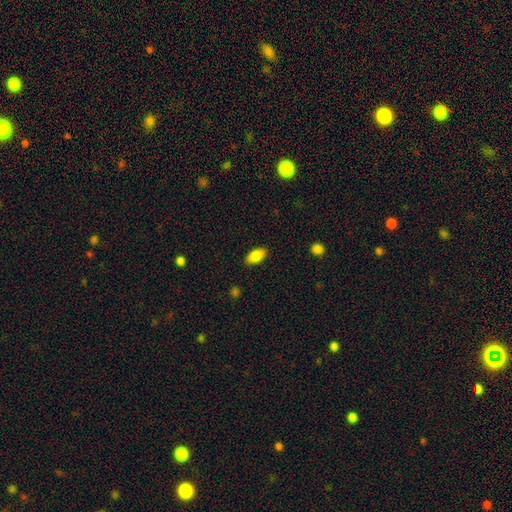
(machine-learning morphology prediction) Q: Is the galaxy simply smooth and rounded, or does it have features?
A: smooth — 86%.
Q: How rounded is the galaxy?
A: in between — 91%.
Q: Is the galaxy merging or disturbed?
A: none — 87%.